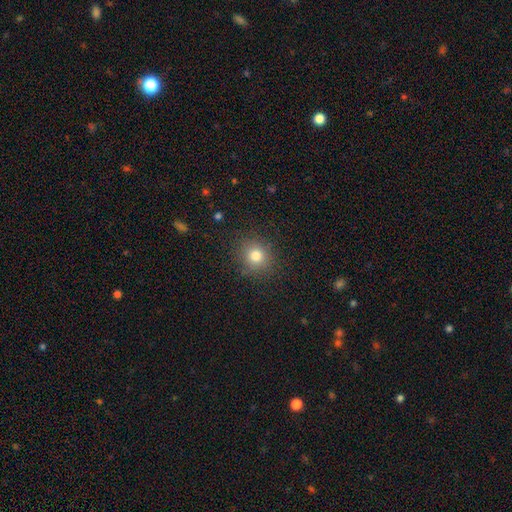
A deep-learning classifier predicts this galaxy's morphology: Smooth or featured?
  - smooth: 78% *
  - star or artifact: 14%
  - featured or disk: 8%
How rounded?
  - round: 88% *
  - in between: 11%
  - cigar-shaped: 1%
Merging?
  - none: 87% *
  - minor disturbance: 9%
  - major disturbance: 3%
  - merger: 1%